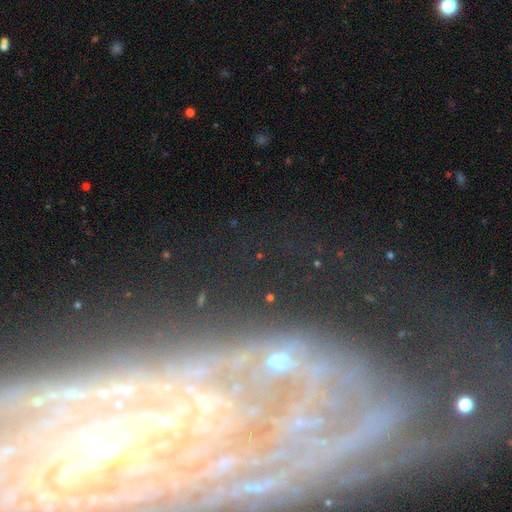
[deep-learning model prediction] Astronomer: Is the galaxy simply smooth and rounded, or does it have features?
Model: featured or disk — 67%.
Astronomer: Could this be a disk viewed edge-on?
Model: no — 87%.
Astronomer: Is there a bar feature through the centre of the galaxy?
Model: no — 55%.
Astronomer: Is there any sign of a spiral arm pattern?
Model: yes — 81%.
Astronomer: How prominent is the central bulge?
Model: small — 55%.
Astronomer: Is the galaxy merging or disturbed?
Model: none — 65%.